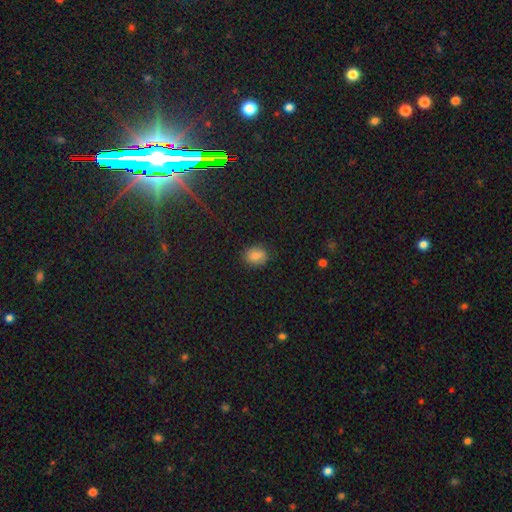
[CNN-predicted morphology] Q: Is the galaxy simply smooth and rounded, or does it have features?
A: smooth — 83%.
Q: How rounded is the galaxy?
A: round — 50%.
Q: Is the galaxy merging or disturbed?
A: none — 83%.